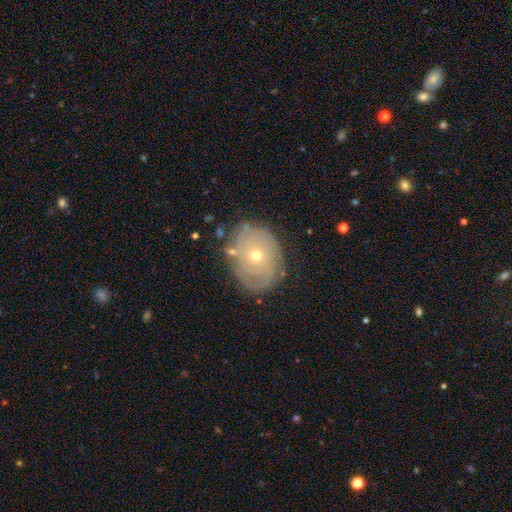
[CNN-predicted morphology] Smooth or featured?
  - featured or disk: 66% *
  - smooth: 26%
  - star or artifact: 9%
Edge-on disk?
  - no: 95% *
  - yes: 5%
Bar?
  - no: 86% *
  - weak: 12%
  - strong: 3%
Spiral arms?
  - yes: 70% *
  - no: 30%
Bulge size?
  - small: 52% *
  - moderate: 45%
  - large: 1%
  - dominant: 1%
  - none: 1%
Merging?
  - none: 73% *
  - minor disturbance: 18%
  - major disturbance: 6%
  - merger: 3%